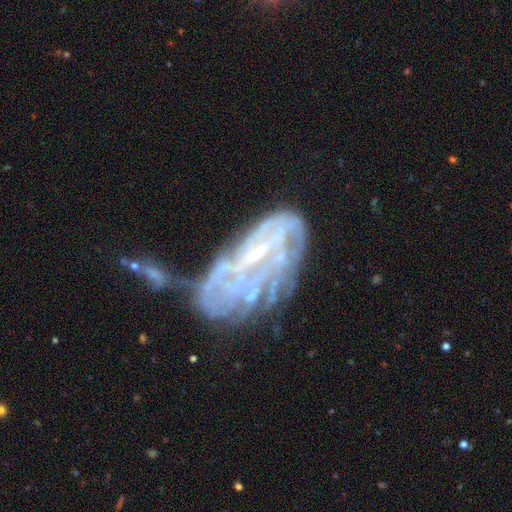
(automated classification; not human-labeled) Smooth or featured?
  - featured or disk: 74% *
  - smooth: 14%
  - star or artifact: 12%
Edge-on disk?
  - no: 91% *
  - yes: 9%
Bar?
  - no: 42% *
  - weak: 34%
  - strong: 24%
Spiral arms?
  - yes: 63% *
  - no: 37%
Bulge size?
  - small: 64% *
  - none: 17%
  - moderate: 15%
  - large: 2%
  - dominant: 2%
Merging?
  - merger: 33% *
  - none: 26%
  - major disturbance: 24%
  - minor disturbance: 18%